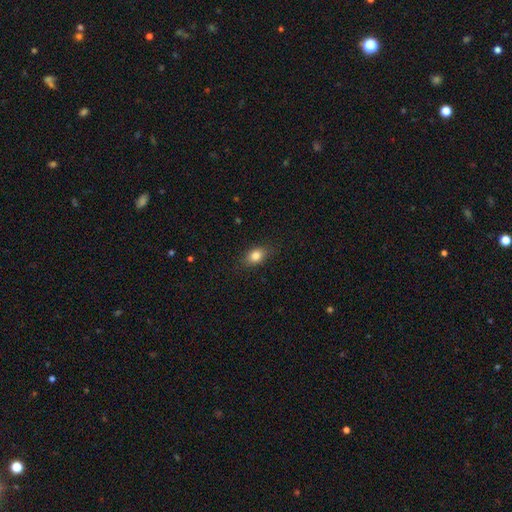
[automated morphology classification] A smooth galaxy with no disk features (83%) that is in between round and cigar-shaped (73%). Merging: none (84%).